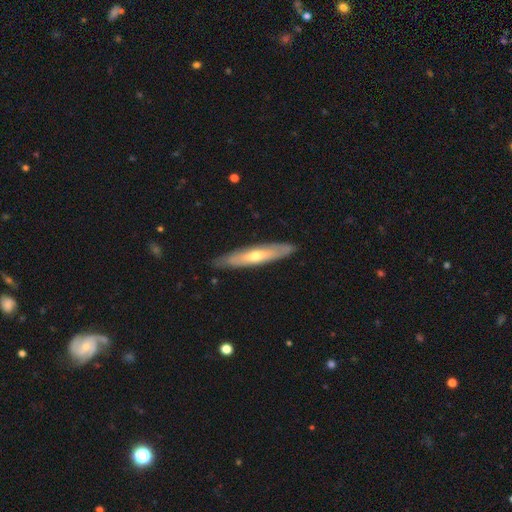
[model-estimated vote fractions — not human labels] A featured or disk galaxy (51%) viewed edge-on (69%). Merging: none (85%).